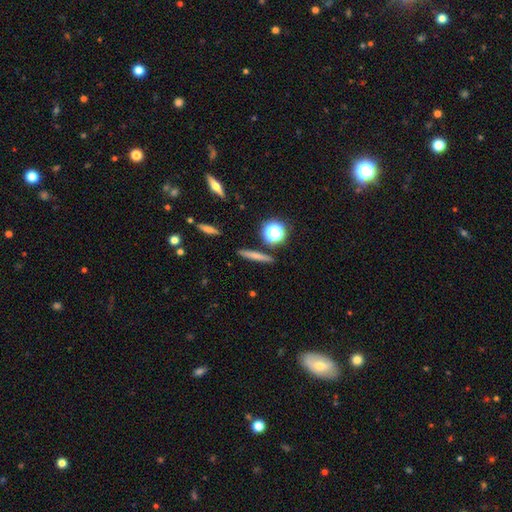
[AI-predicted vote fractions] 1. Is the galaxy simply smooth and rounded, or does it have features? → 65% smooth, 22% featured or disk, 13% star or artifact.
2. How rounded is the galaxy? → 81% cigar-shaped, 12% round, 7% in between.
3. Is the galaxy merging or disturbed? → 88% none, 7% minor disturbance, 3% merger, 2% major disturbance.